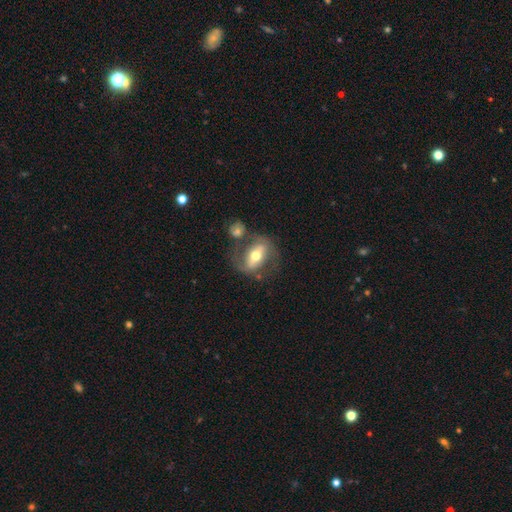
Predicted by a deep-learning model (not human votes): featured or disk 61%, smooth 33%, star or artifact 7%. Down the decision tree: edge-on disk — no (85%); bar — strong (54%); spiral arms — yes (51%); bulge size — moderate (71%); merging — none (54%).